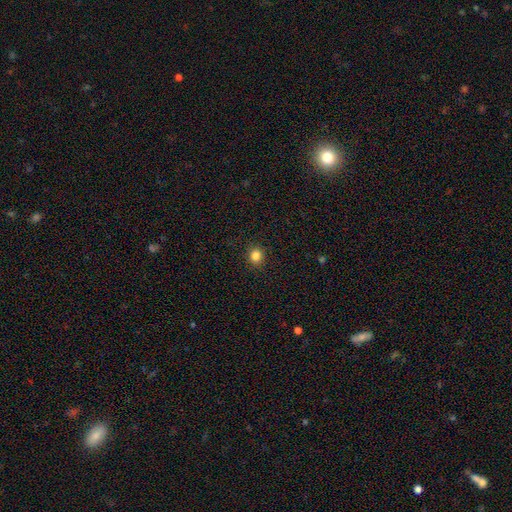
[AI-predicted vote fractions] smooth-or-featured: smooth: 84% | star or artifact: 12% | featured or disk: 4%
  how-rounded: round: 85% | in between: 14% | cigar-shaped: 1%
  merging: none: 92% | minor disturbance: 6% | major disturbance: 2% | merger: 1%